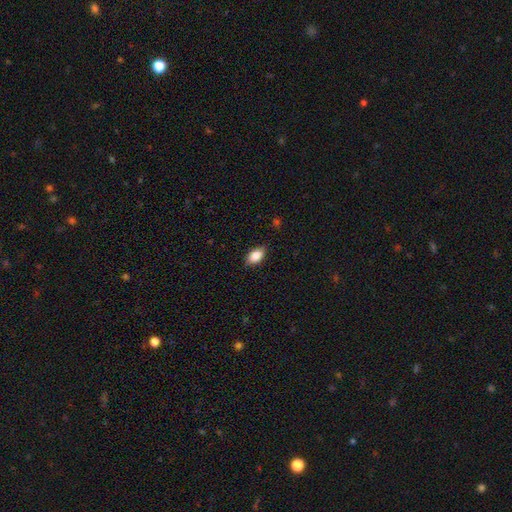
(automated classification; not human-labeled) A smooth galaxy with no disk features (84%) that is in between round and cigar-shaped (89%). Merging: none (82%).